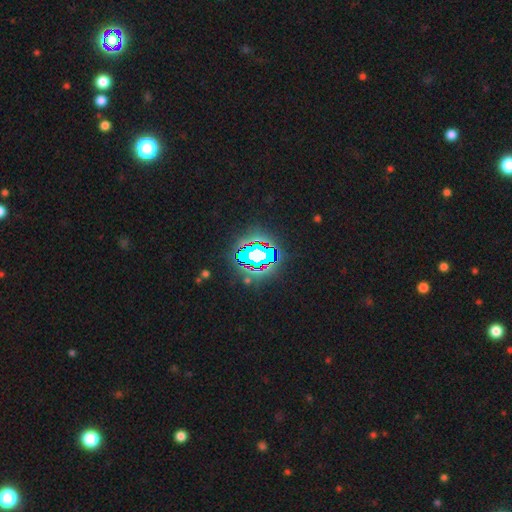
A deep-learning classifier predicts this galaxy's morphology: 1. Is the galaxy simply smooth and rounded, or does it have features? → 79% star or artifact, 11% smooth, 9% featured or disk.